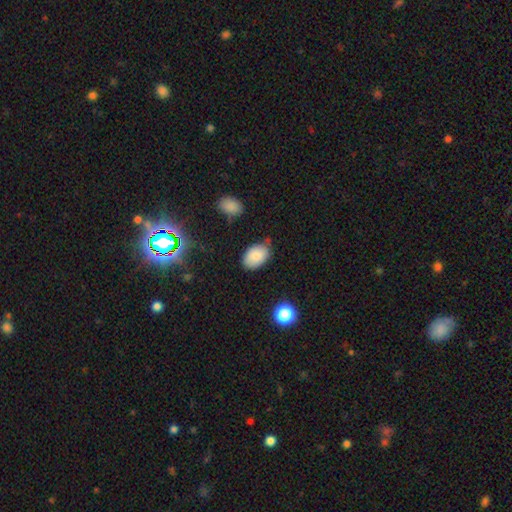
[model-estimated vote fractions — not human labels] smooth 85%, star or artifact 8%, featured or disk 7%. Down the decision tree: how rounded — in between (90%); merging — none (71%).